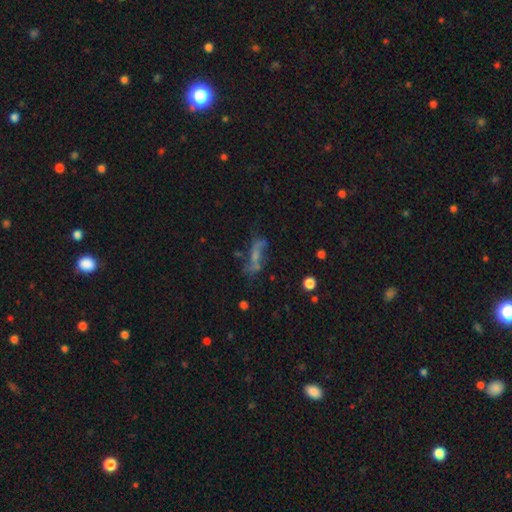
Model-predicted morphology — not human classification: type=featured or disk (58%); edge-on=no (83%); merging=none (48%).